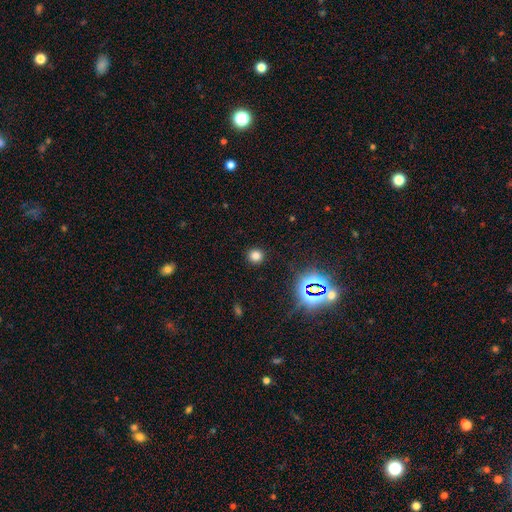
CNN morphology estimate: smooth 75%, star or artifact 20%, featured or disk 5%. Down the decision tree: how rounded — round (92%); merging — none (91%).